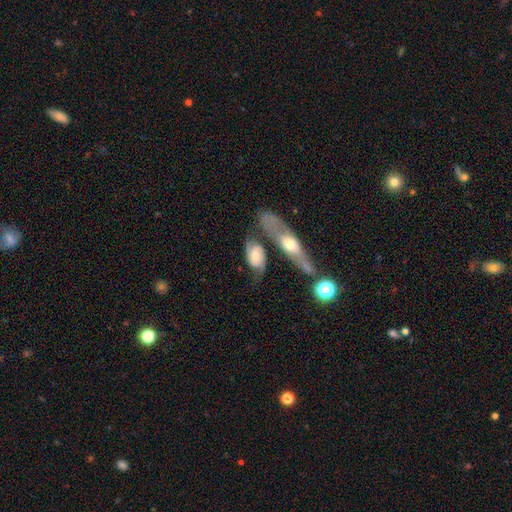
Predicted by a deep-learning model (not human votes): A featured or disk galaxy (64%) with no bar (67%), spiral arms (81%) and a moderate central bulge (58%). Merging: none (45%).